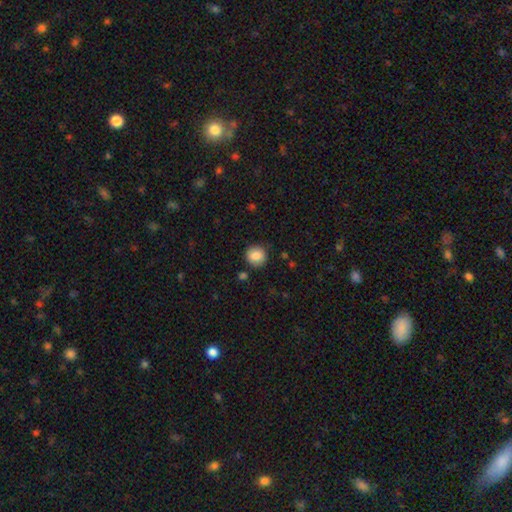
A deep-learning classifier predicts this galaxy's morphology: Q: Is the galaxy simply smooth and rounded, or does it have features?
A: smooth — 86%.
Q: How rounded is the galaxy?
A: round — 88%.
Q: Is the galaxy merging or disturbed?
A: none — 87%.